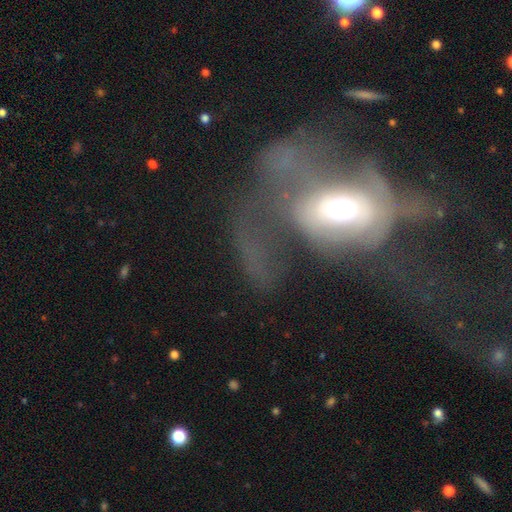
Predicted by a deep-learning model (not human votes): Q: Smooth or featured?
A: featured or disk (48%); runner-up: smooth (34%)
Q: Merging?
A: major disturbance (63%); runner-up: none (15%)